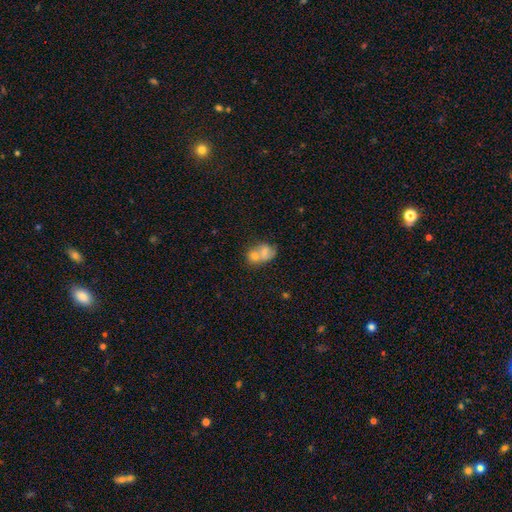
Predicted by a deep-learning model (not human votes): Q: Smooth or featured?
A: smooth (62%); runner-up: featured or disk (27%)
Q: How rounded?
A: in between (51%); runner-up: round (48%)
Q: Merging?
A: merger (64%); runner-up: none (23%)